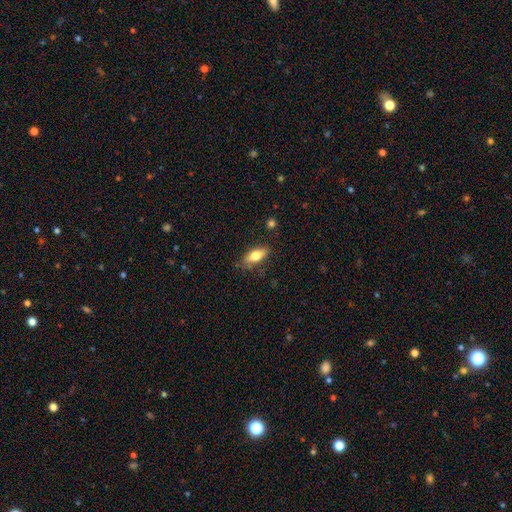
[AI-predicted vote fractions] Smooth or featured: smooth — 70% (featured or disk — 23%)
How rounded: in between — 75% (cigar-shaped — 22%)
Merging: none — 79% (minor disturbance — 15%)